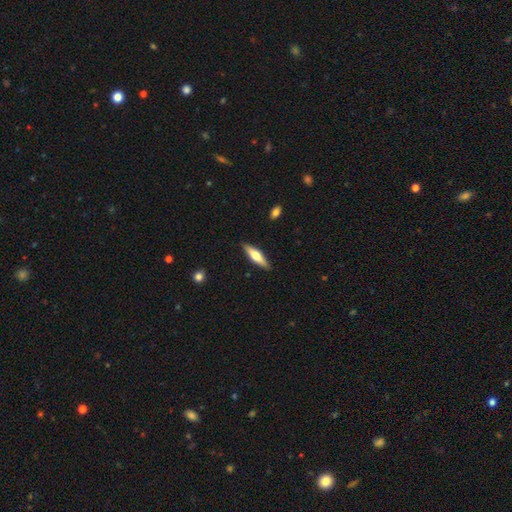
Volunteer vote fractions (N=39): Smooth or featured? 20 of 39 (51%) said featured or disk. Edge-on disk? 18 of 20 (90%) said yes. Edge-on bulge? 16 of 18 (89%) said rounded. Merging? 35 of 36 (97%) said none.